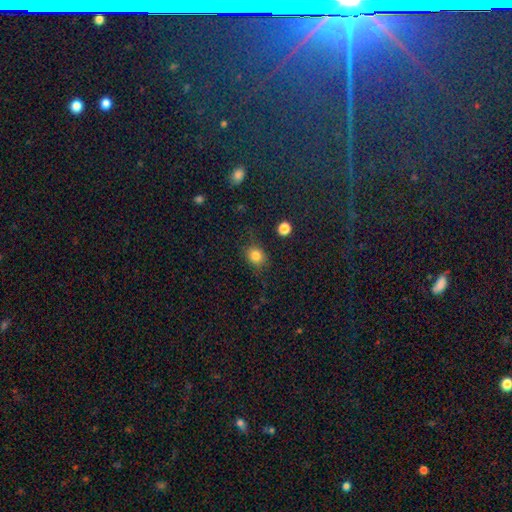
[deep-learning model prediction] This is clearly a smooth galaxy (82%). How rounded: likely round (66%). Merging: likely none (77%).